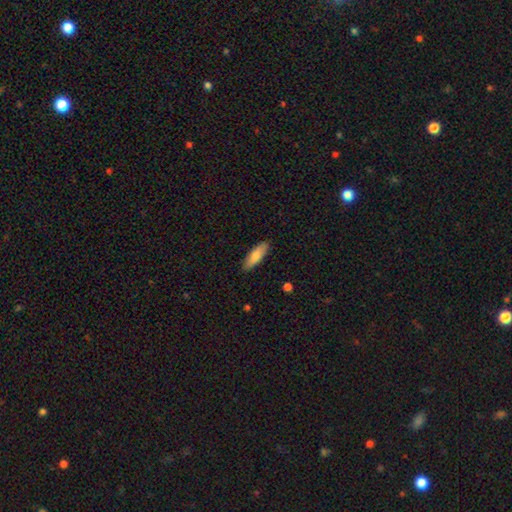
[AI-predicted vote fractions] Q: Smooth or featured?
A: smooth (78%); runner-up: featured or disk (16%)
Q: How rounded?
A: in between (49%); tied with: cigar-shaped (49%)
Q: Merging?
A: none (87%); runner-up: minor disturbance (10%)